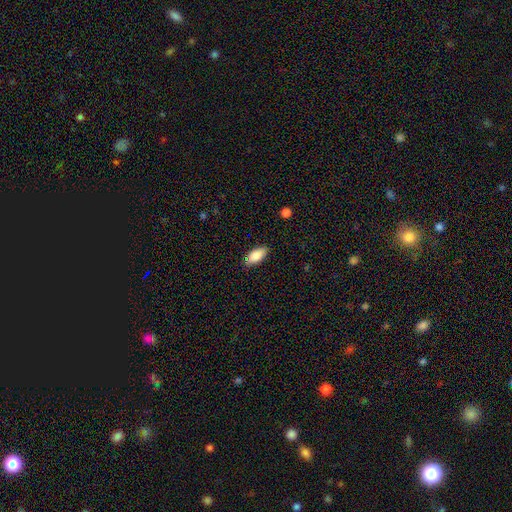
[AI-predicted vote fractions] Smooth or featured: smooth — 84% (featured or disk — 9%)
How rounded: in between — 88% (cigar-shaped — 10%)
Merging: none — 82% (minor disturbance — 14%)